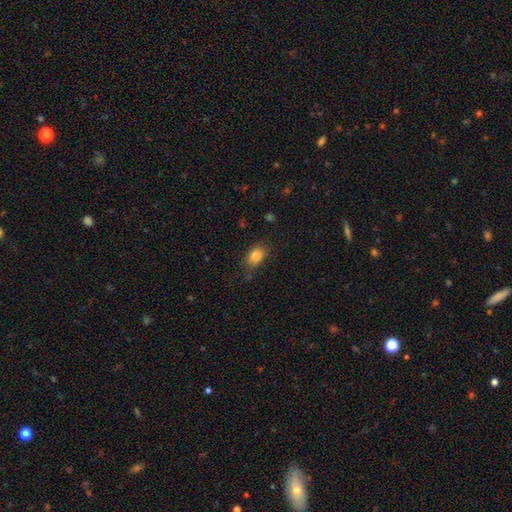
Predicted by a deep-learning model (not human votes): Smooth or featured? Predicted: smooth (p=0.84). How rounded? Predicted: in between (p=0.80). Merging? Predicted: none (p=0.76).